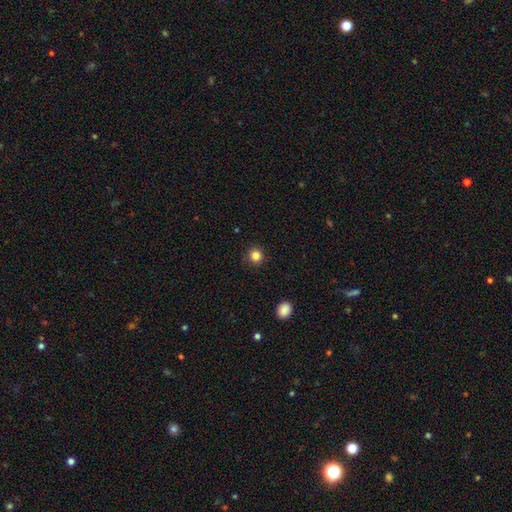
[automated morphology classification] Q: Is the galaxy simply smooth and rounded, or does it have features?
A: smooth — 84%.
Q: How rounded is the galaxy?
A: round — 93%.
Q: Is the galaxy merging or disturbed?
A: none — 90%.